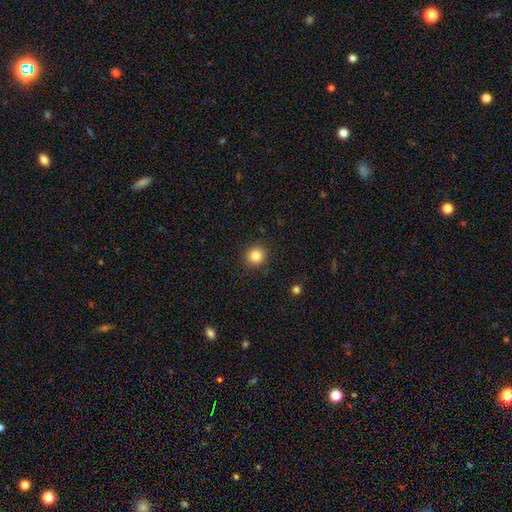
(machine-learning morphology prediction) smooth 84%, star or artifact 11%, featured or disk 5%. Down the decision tree: how rounded — round (92%); merging — none (91%).